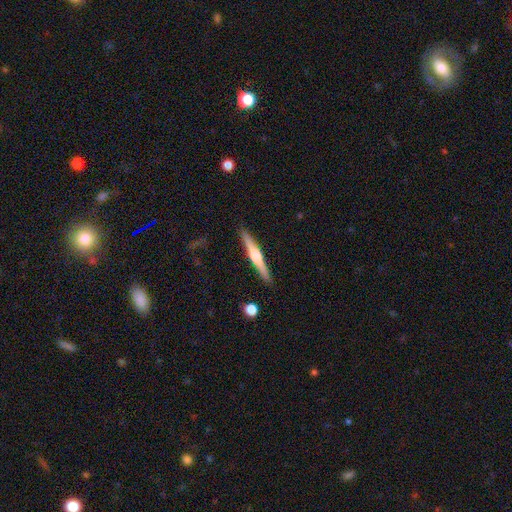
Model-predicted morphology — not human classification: type=featured or disk (69%); edge-on=yes (98%); edge-on bulge=rounded (82%); merging=none (91%).